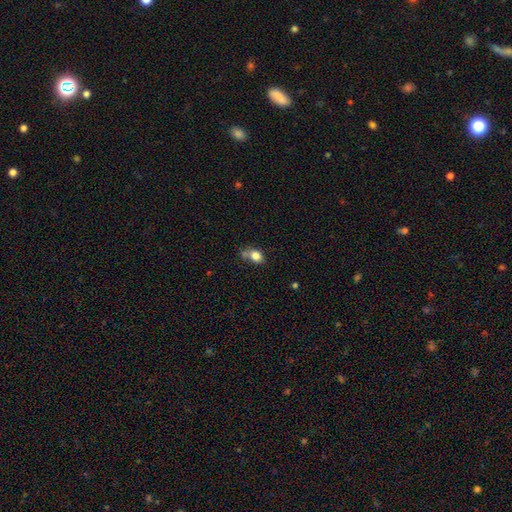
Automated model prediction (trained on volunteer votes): A smooth galaxy with no disk features (80%) that is in between round and cigar-shaped (63%). Merging: none (44%).